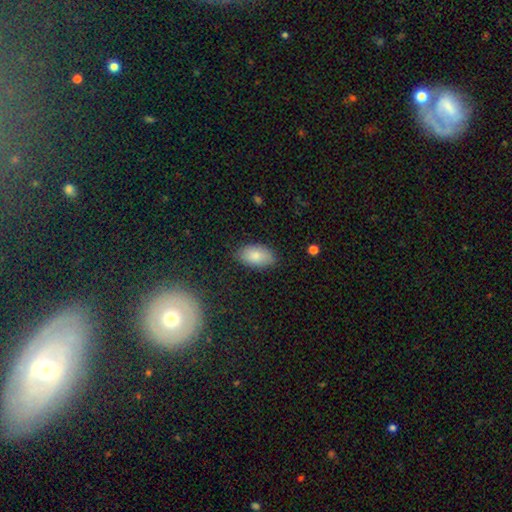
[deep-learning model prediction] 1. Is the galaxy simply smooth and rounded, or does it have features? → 83% smooth, 10% featured or disk, 7% star or artifact.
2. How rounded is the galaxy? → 94% in between, 5% round, 2% cigar-shaped.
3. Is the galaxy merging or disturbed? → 83% none, 13% minor disturbance, 3% major disturbance, 1% merger.